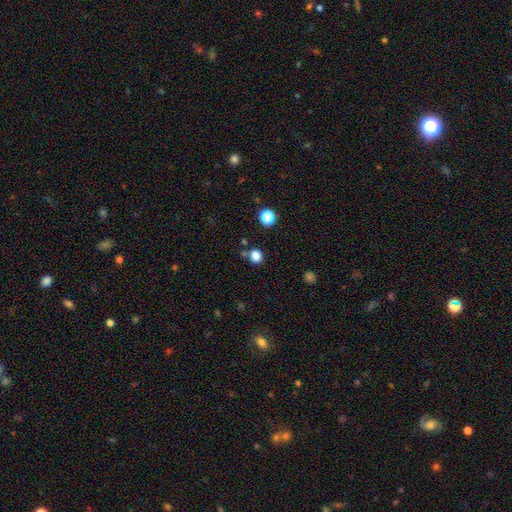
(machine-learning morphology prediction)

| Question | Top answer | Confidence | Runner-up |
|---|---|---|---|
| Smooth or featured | smooth | 82% | star or artifact (14%) |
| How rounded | round | 74% | in between (25%) |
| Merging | none | 74% | minor disturbance (11%) |